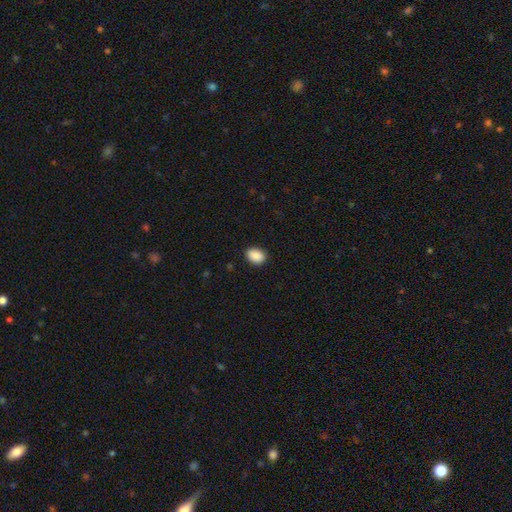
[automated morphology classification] Smooth or featured?
  - smooth: 90% *
  - star or artifact: 7%
  - featured or disk: 3%
How rounded?
  - in between: 78% *
  - round: 21%
  - cigar-shaped: 1%
Merging?
  - none: 88% *
  - minor disturbance: 9%
  - major disturbance: 2%
  - merger: 1%